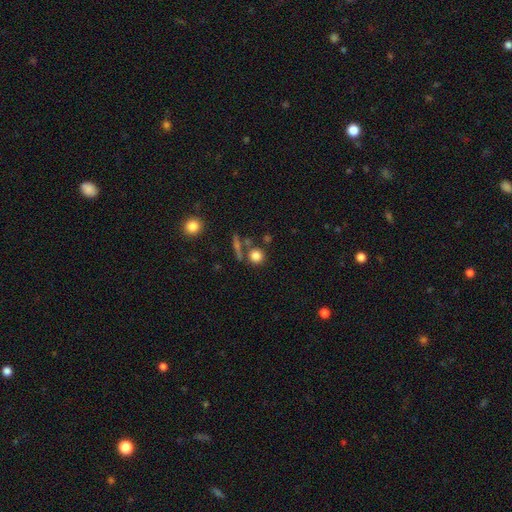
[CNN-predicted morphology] type=smooth (81%); roundness=round (90%); merging=none (71%).